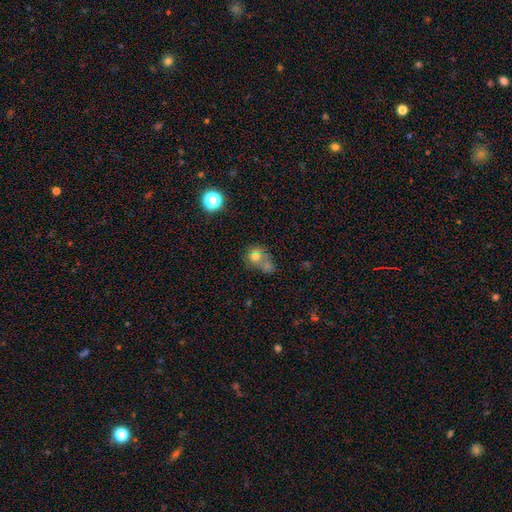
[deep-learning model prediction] Smooth or featured? Predicted: smooth (p=0.69). How rounded? Predicted: round (p=0.75). Merging? Predicted: merger (p=0.50).